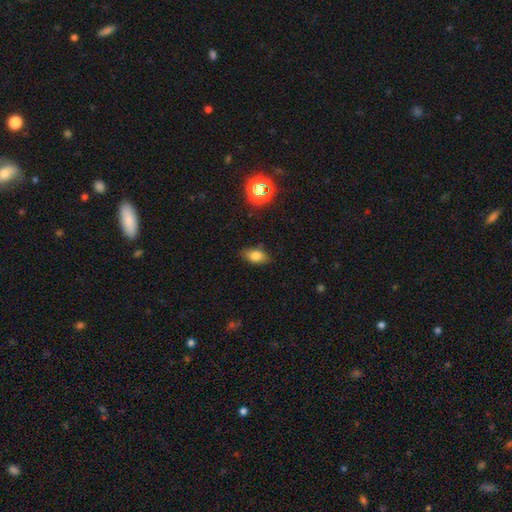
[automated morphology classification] A smooth galaxy with no disk features (78%) that is in between round and cigar-shaped (86%). Merging: none (82%).